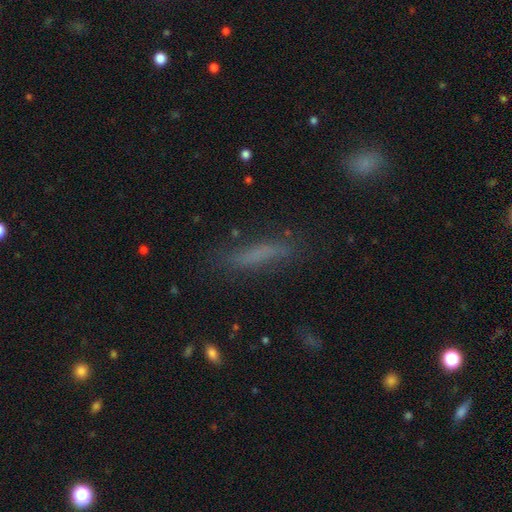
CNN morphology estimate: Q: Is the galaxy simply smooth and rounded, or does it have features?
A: smooth — 60%.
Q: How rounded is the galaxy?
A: cigar-shaped — 85%.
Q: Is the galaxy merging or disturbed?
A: none — 77%.